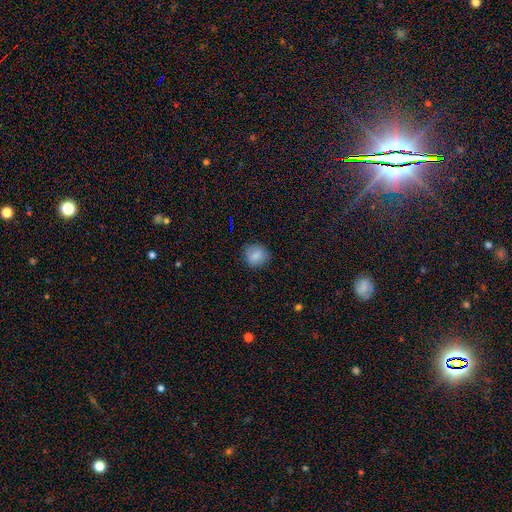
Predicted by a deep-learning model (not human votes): Smooth or featured? Predicted: smooth (p=0.84). How rounded? Predicted: round (p=0.85). Merging? Predicted: none (p=0.86).